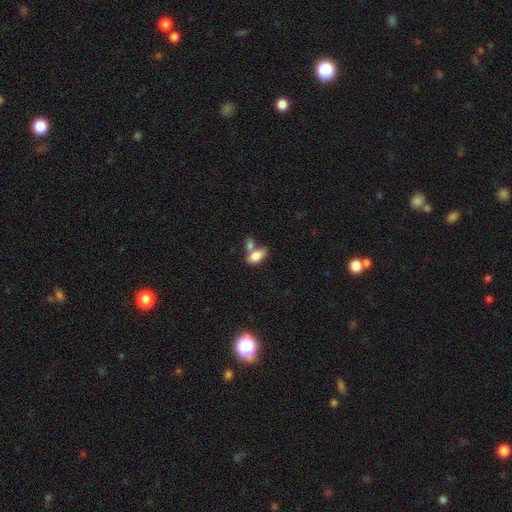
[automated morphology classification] Smooth or featured? Predicted: smooth (p=0.78). How rounded? Predicted: in between (p=0.89). Merging? Predicted: merger (p=0.46).